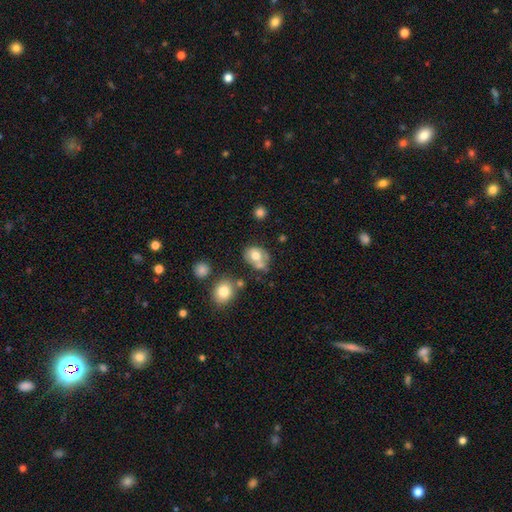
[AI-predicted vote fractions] A smooth galaxy with no disk features (65%) that is in between round and cigar-shaped (52%).

Vote fractions:
- Smooth or featured? smooth: 65% / featured or disk: 26% / star or artifact: 10%
- How rounded? in between: 52% / round: 47% / cigar-shaped: 1%
- Merging? none: 42% / minor disturbance: 24% / merger: 23% / major disturbance: 12%